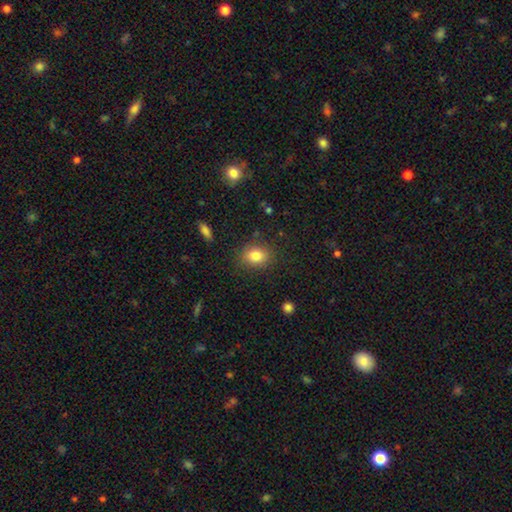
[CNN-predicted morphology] A smooth galaxy with no disk features (82%) that is round (50%).

Vote fractions:
- Smooth or featured? smooth: 82% / star or artifact: 10% / featured or disk: 7%
- How rounded? round: 50% / in between: 49% / cigar-shaped: 1%
- Merging? none: 84% / minor disturbance: 11% / major disturbance: 3% / merger: 2%